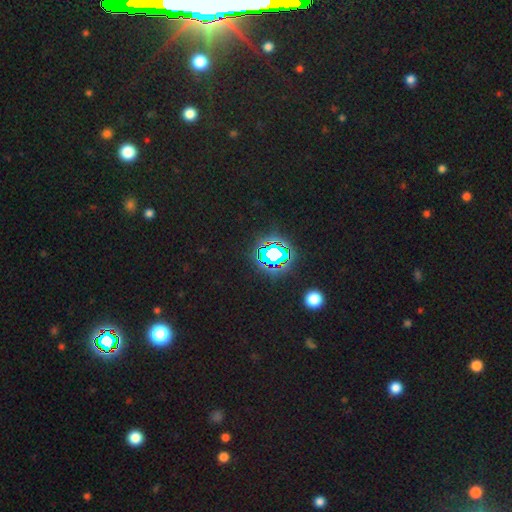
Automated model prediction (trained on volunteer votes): A star or artifact, not a galaxy (81%).